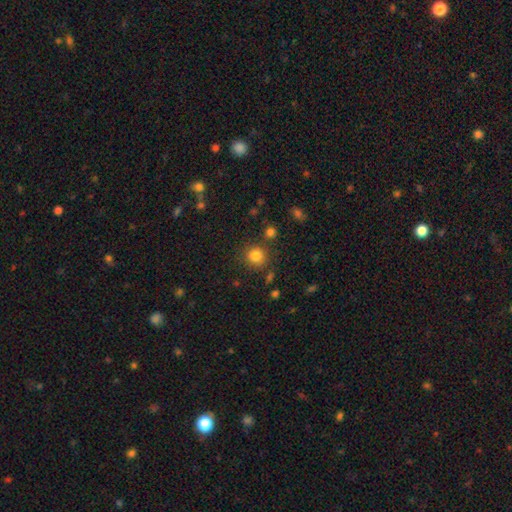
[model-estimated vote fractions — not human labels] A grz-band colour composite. It shows a smooth galaxy with no disk features (82%) that is round (88%). Merging: none (81%).